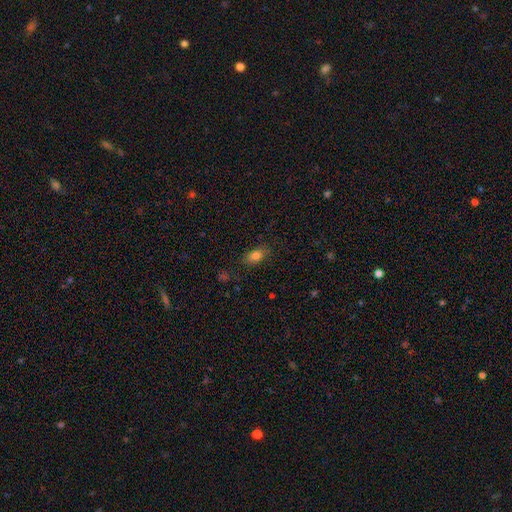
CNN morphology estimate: The model was most divided on "smooth or featured": smooth: 81%, star or artifact: 11%, featured or disk: 8%. More confident: how rounded — in between (85%); merging — none (84%).